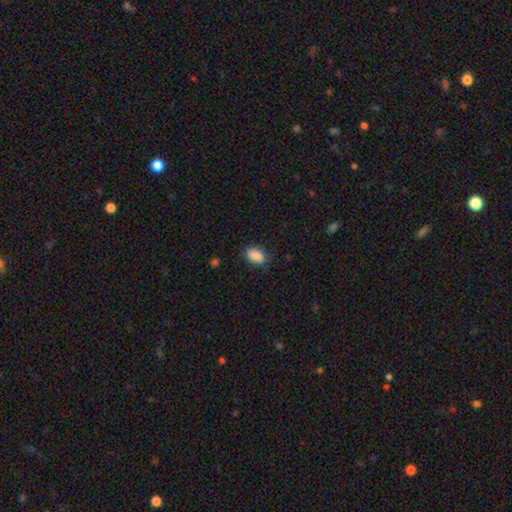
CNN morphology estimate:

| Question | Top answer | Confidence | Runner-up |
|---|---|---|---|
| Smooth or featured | smooth | 89% | star or artifact (8%) |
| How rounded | in between | 89% | round (9%) |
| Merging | none | 83% | minor disturbance (13%) |